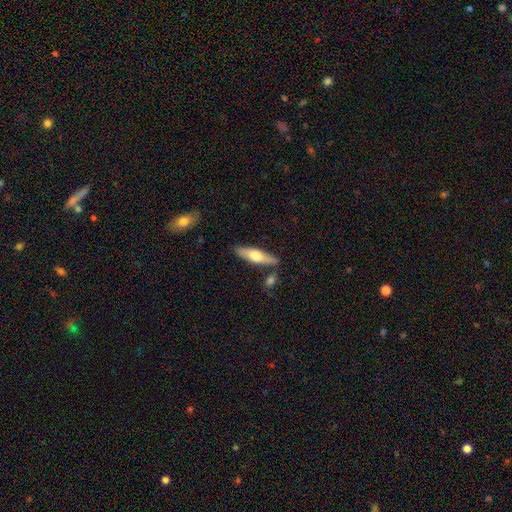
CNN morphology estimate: Q: Smooth or featured?
A: smooth (52%); runner-up: featured or disk (43%)
Q: How rounded?
A: cigar-shaped (65%); runner-up: in between (33%)
Q: Merging?
A: none (80%); runner-up: minor disturbance (12%)